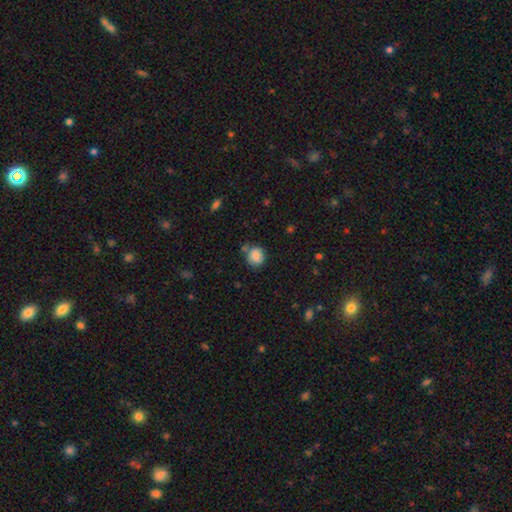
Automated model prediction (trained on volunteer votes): smooth_or_featured: smooth (p=0.83) [alt: star or artifact p=0.09]
how_rounded: round (p=0.77) [alt: in between p=0.22]
merging: none (p=0.68) [alt: minor disturbance p=0.18]